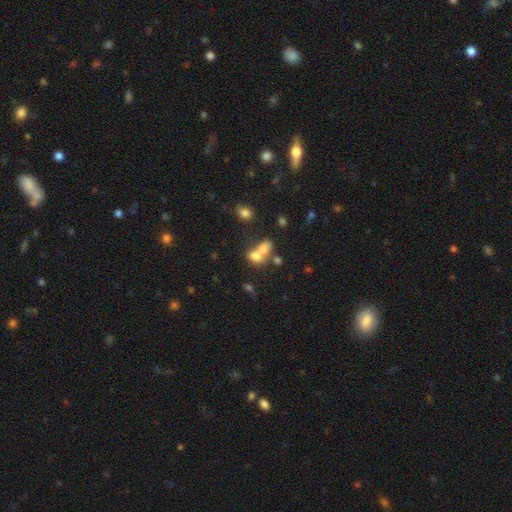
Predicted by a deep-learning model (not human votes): This appears to be a smooth galaxy with no disk features (70%) that is in between round and cigar-shaped (58%). Merging: merger (64%).